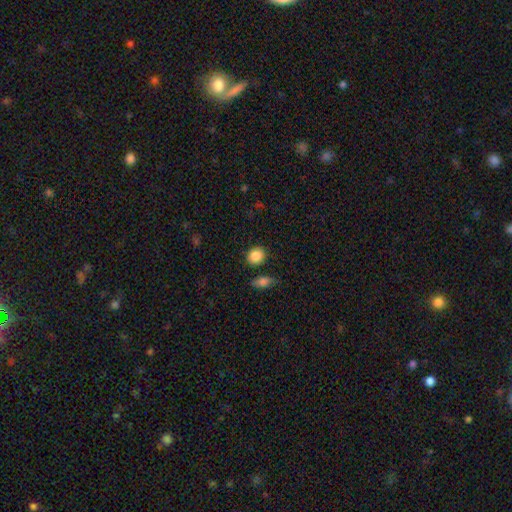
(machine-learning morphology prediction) This is clearly a smooth galaxy (87%). How rounded: likely round (70%). Merging: clearly none (84%).